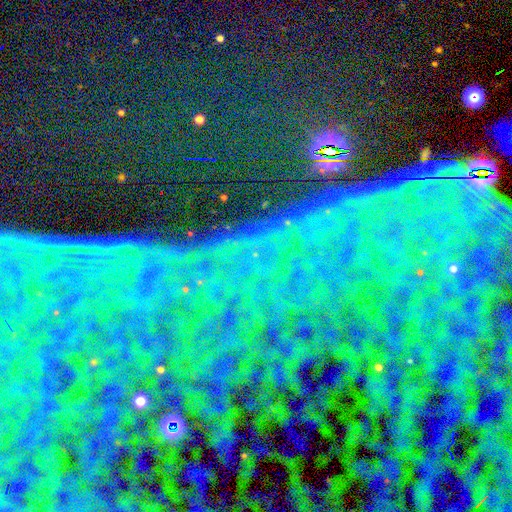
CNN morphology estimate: This appears to be a star or artifact, not a galaxy (85%).